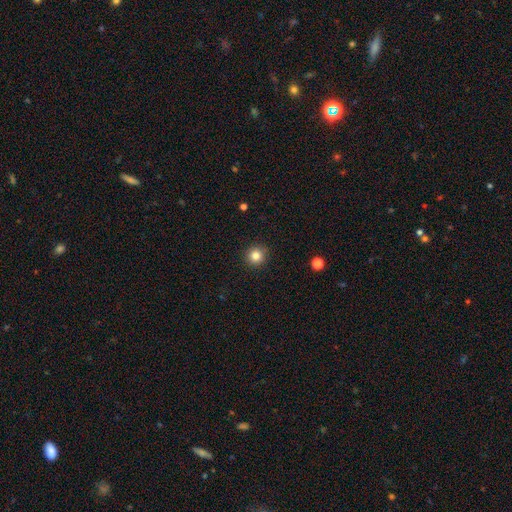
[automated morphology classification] Overall: smooth (83%). How rounded: round (94%). Merging: none (92%).